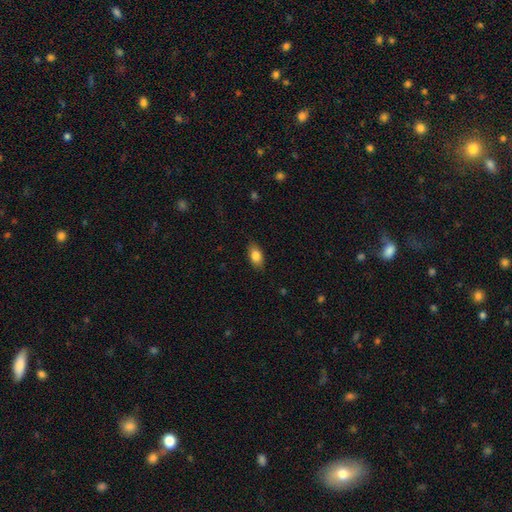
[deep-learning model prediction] smooth 83%, featured or disk 9%, star or artifact 7%. Down the decision tree: how rounded — in between (90%); merging — none (86%).